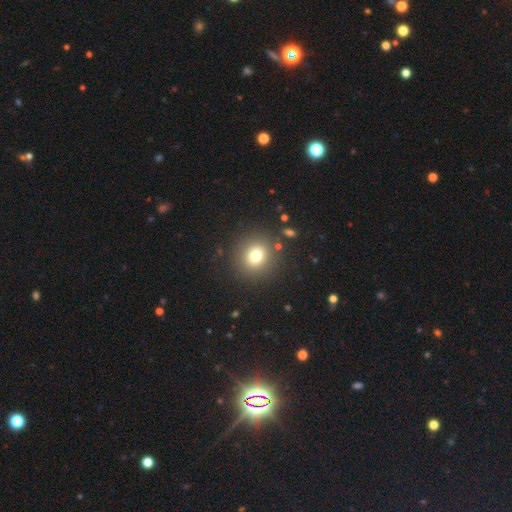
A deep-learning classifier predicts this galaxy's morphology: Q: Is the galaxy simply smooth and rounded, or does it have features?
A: smooth — 76%.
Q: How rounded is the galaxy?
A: round — 86%.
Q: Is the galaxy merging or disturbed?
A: none — 87%.